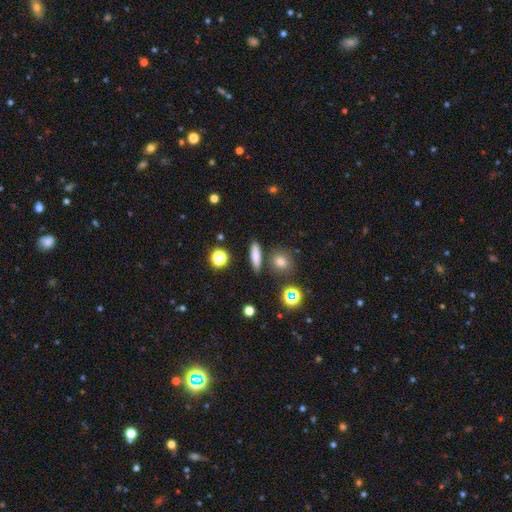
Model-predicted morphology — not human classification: Q: Smooth or featured?
A: smooth (75%); runner-up: star or artifact (13%)
Q: How rounded?
A: cigar-shaped (65%); runner-up: in between (26%)
Q: Merging?
A: none (83%); runner-up: minor disturbance (9%)